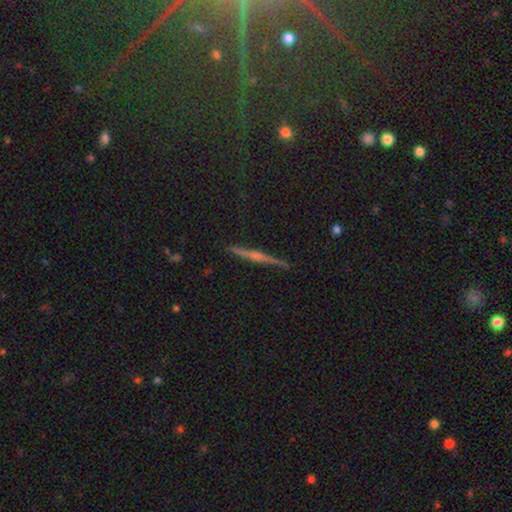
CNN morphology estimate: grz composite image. It shows a featured or disk galaxy (69%) viewed edge-on (98%) with a rounded central bulge (70%). Merging: none (91%).